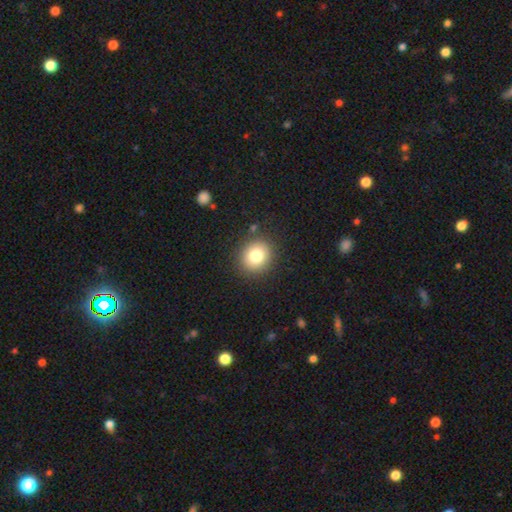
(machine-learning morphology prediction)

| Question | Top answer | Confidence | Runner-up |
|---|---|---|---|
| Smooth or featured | smooth | 79% | star or artifact (12%) |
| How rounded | round | 80% | in between (19%) |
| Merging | none | 88% | minor disturbance (7%) |